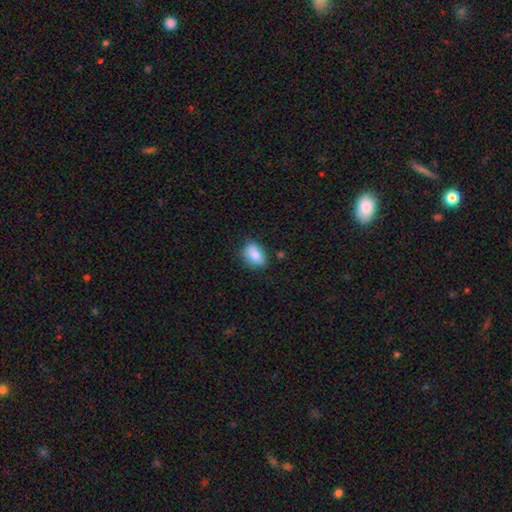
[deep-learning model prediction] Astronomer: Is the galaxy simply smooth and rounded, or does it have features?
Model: smooth — 79%.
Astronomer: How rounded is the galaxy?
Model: in between — 81%.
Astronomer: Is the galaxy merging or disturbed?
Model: none — 71%.